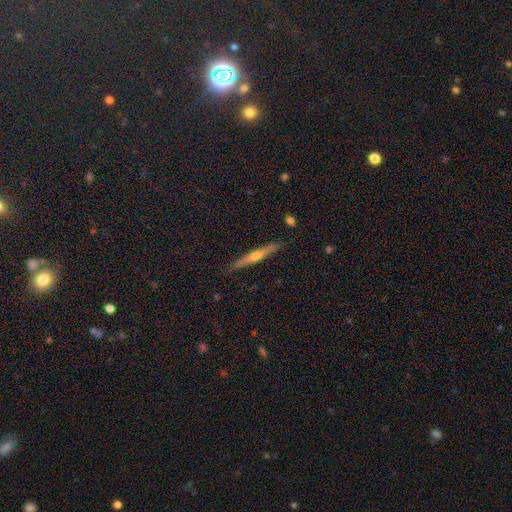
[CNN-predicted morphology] Smooth or featured? featured or disk (68%)
Edge-on disk? yes (97%)
Edge-on bulge? rounded (83%)
Merging? none (88%)